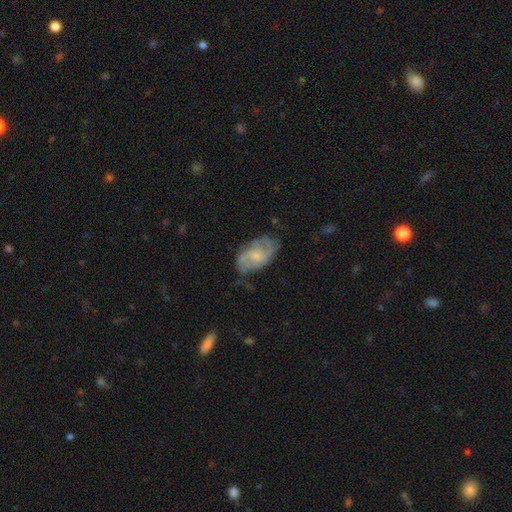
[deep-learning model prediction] Overall: featured or disk (72%). Edge-on disk: no (97%). Bar: no (58%; weak 36%). Spiral arms: yes (88%). Spiral arm count: 2 (54%; can't tell 22%). Spiral winding: medium (48%; tight 30%). Bulge size: small (47%; moderate 31%). Merging: none (60%; minor disturbance 26%).